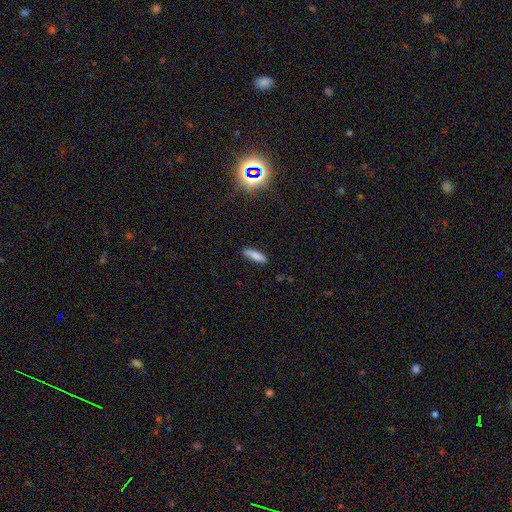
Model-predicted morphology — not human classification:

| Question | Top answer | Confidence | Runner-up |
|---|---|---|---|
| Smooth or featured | smooth | 82% | featured or disk (10%) |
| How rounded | cigar-shaped | 70% | in between (28%) |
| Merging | none | 85% | minor disturbance (11%) |